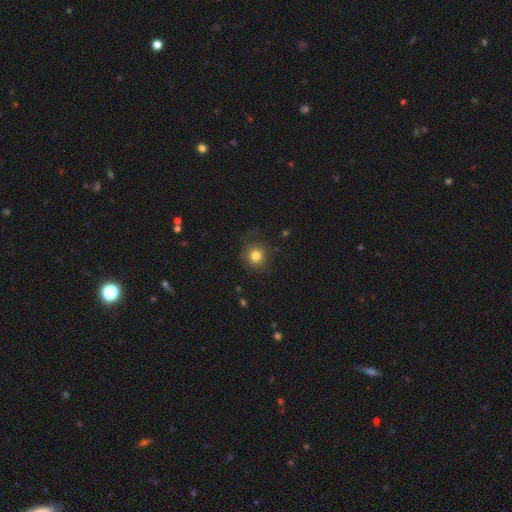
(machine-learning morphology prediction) The model was most divided on "smooth or featured": smooth: 82%, star or artifact: 12%, featured or disk: 6%. More confident: how rounded — round (91%); merging — none (84%).